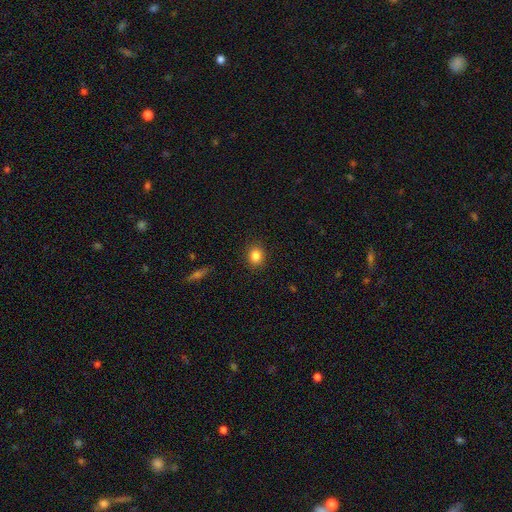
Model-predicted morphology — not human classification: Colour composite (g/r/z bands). It shows a smooth galaxy with no disk features (85%) that is round (66%). Merging: none (89%).